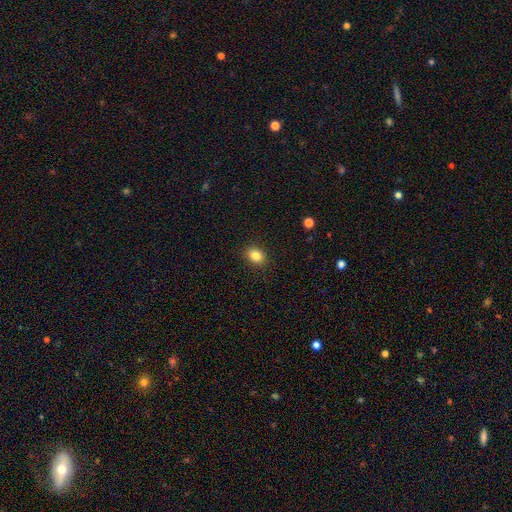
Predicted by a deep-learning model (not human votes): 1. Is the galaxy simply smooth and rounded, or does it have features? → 85% smooth, 10% star or artifact, 6% featured or disk.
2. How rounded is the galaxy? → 63% in between, 36% round, 1% cigar-shaped.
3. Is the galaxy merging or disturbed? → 89% none, 8% minor disturbance, 2% major disturbance, 1% merger.